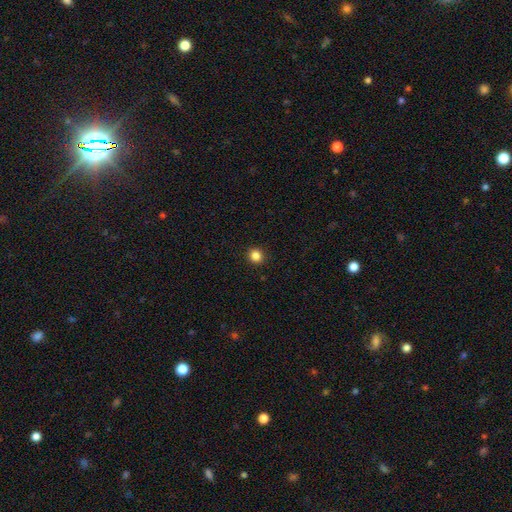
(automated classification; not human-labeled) smooth-or-featured: smooth: 85% | star or artifact: 12% | featured or disk: 4%
  how-rounded: round: 90% | in between: 10% | cigar-shaped: 1%
  merging: none: 92% | minor disturbance: 5% | major disturbance: 2% | merger: 1%